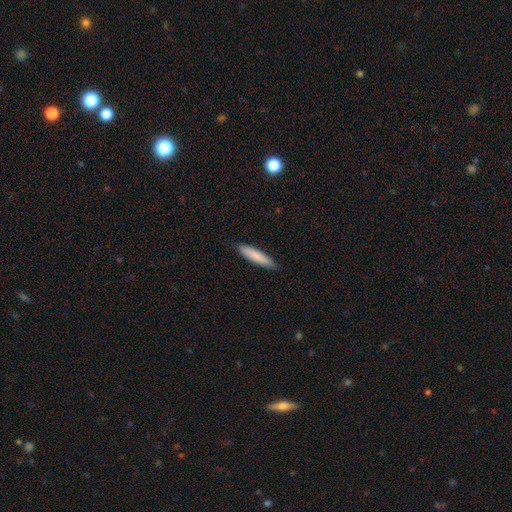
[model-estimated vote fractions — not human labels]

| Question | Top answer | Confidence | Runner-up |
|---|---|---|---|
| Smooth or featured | smooth | 84% | featured or disk (11%) |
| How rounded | cigar-shaped | 85% | in between (14%) |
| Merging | none | 86% | minor disturbance (11%) |